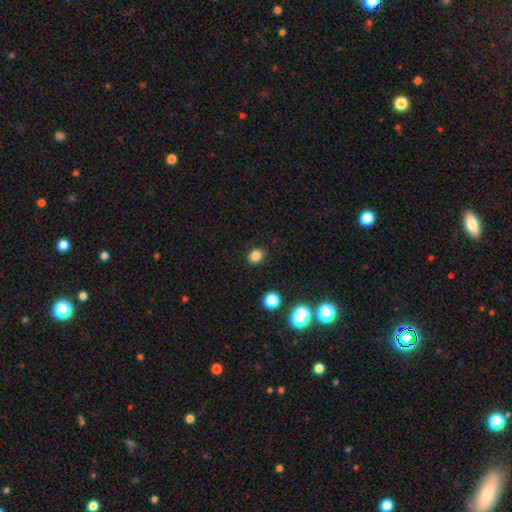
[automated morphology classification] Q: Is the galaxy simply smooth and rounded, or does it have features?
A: smooth — 83%.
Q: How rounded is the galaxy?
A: round — 53%.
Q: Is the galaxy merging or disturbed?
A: none — 90%.